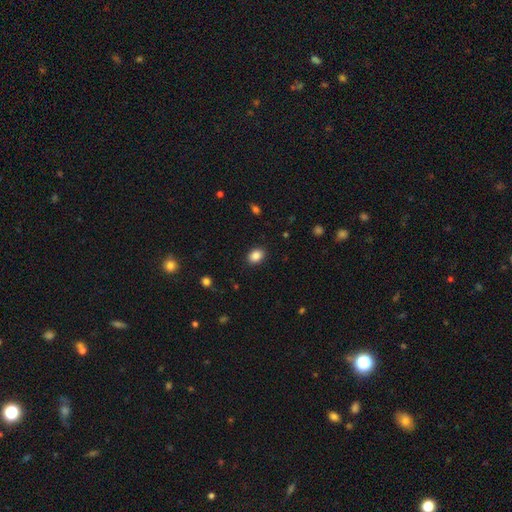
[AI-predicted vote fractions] Overall: smooth (87%). How rounded: in between (62%; round 37%). Merging: none (89%).